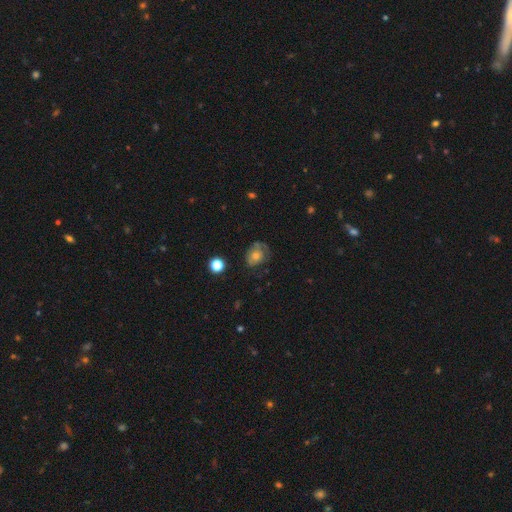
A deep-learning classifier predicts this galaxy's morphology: The model was most divided on "smooth or featured": smooth: 47%, featured or disk: 42%, star or artifact: 11%. More confident: merging — none (54%).